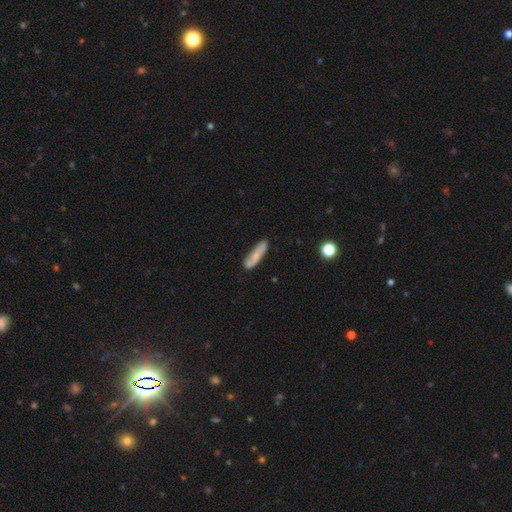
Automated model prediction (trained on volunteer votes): A smooth galaxy with no disk features (59%) that is cigar-shaped (74%).

Vote fractions:
- Smooth or featured? smooth: 59% / featured or disk: 34% / star or artifact: 7%
- How rounded? cigar-shaped: 74% / in between: 24% / round: 2%
- Merging? none: 73% / minor disturbance: 19% / major disturbance: 4% / merger: 4%